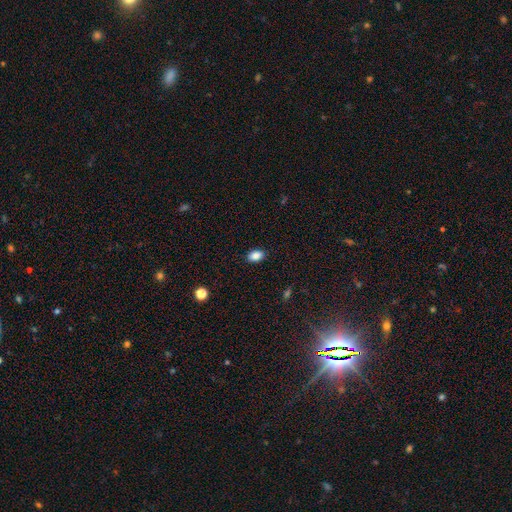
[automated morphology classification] This is clearly a smooth galaxy (87%). How rounded: clearly in between (86%). Merging: clearly none (89%).